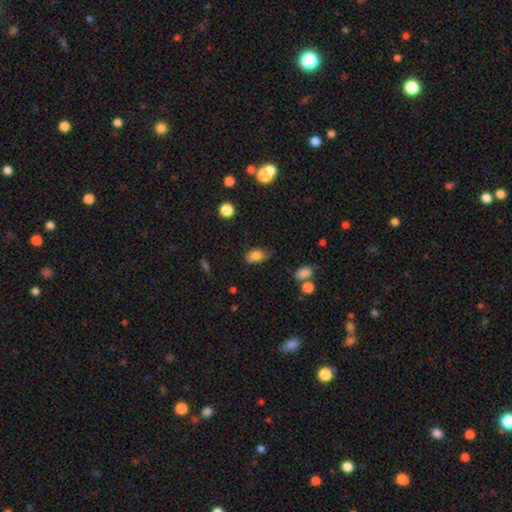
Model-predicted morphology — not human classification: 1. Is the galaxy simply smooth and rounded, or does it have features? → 82% smooth, 10% star or artifact, 8% featured or disk.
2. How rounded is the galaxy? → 88% in between, 9% round, 3% cigar-shaped.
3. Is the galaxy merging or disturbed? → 64% none, 26% minor disturbance, 6% major disturbance, 4% merger.